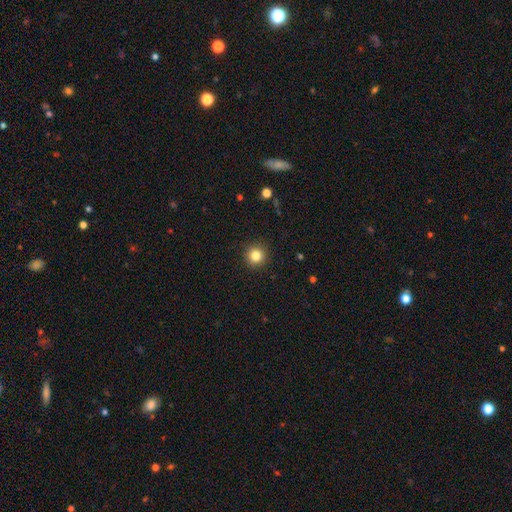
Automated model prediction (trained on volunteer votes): Overall: smooth (83%). How rounded: round (95%). Merging: none (93%).